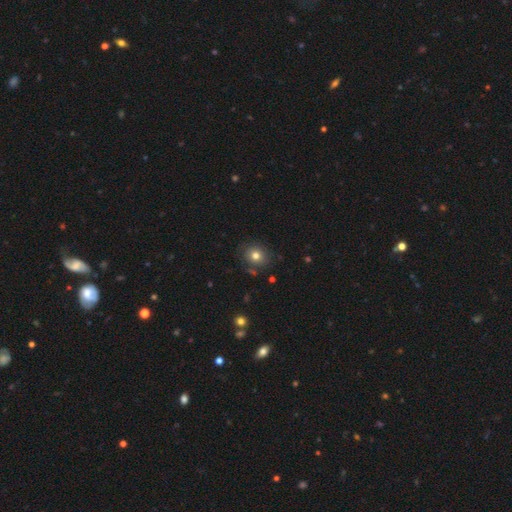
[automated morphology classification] smooth-or-featured: smooth: 77% | star or artifact: 13% | featured or disk: 10%
  how-rounded: round: 77% | in between: 22% | cigar-shaped: 1%
  merging: none: 82% | minor disturbance: 11% | merger: 3% | major disturbance: 3%